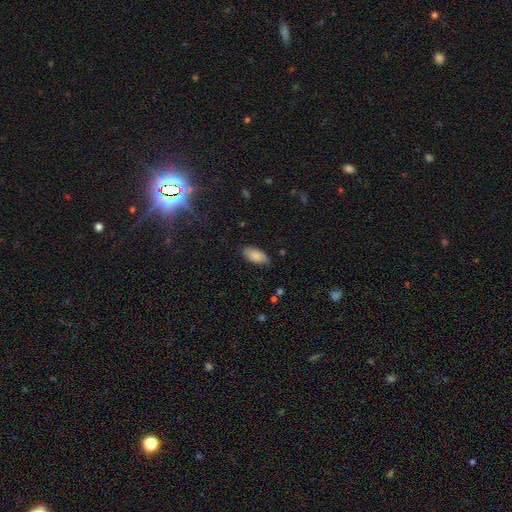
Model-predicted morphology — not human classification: A smooth galaxy with no disk features (86%) that is in between round and cigar-shaped (93%). Merging: none (81%).